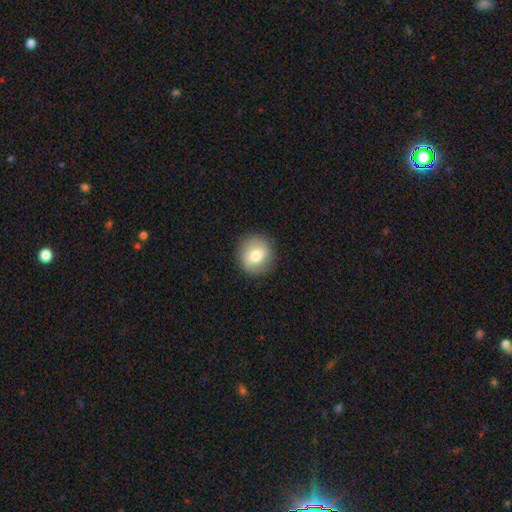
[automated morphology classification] Overall: smooth (70%). How rounded: round (89%). Merging: none (87%).